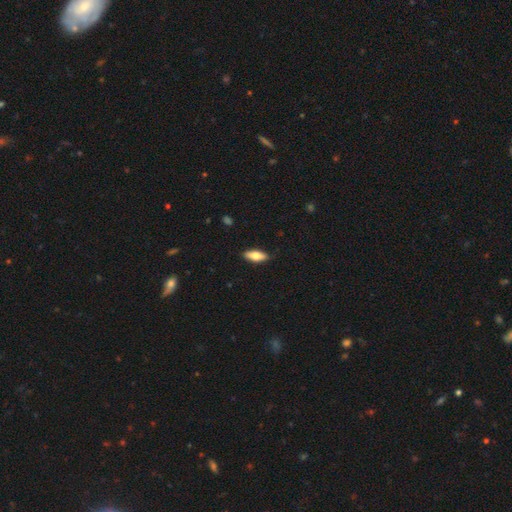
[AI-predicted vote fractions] This is likely a smooth galaxy (69%). How rounded: likely in between (72%). Merging: clearly none (87%).